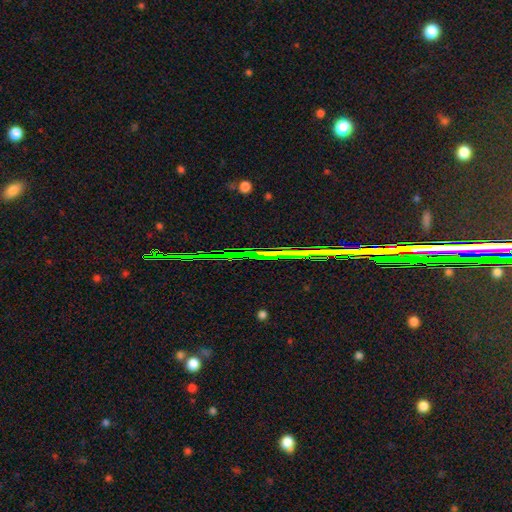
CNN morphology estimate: Smooth or featured? Predicted: star or artifact (p=0.76).